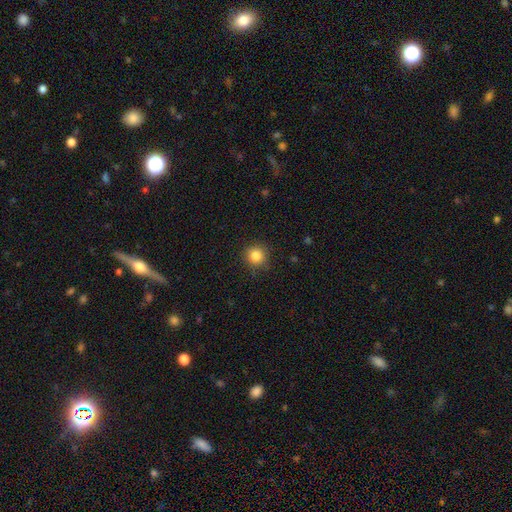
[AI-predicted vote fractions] A smooth galaxy with no disk features (85%) that is round (93%). Merging: none (87%).